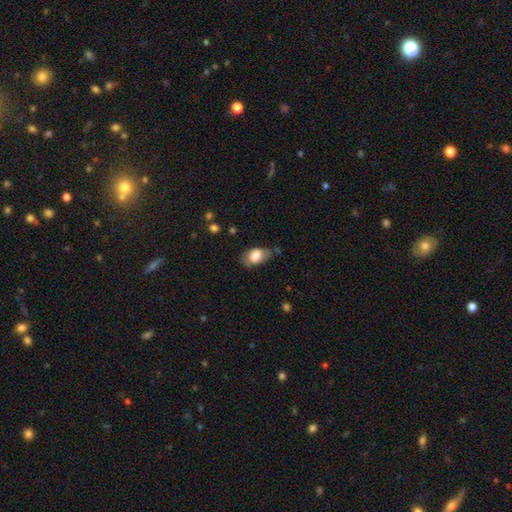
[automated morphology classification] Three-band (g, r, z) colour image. It shows a smooth galaxy with no disk features (75%) that is in between round and cigar-shaped (89%). Merging: none (58%).